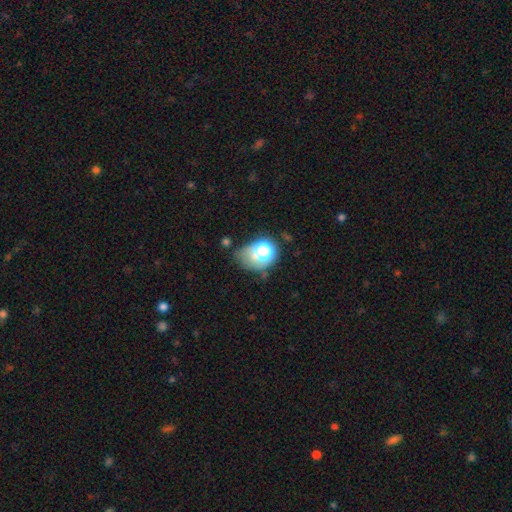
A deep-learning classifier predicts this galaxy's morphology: smooth 57%, star or artifact 25%, featured or disk 18%. Down the decision tree: how rounded — in between (53%); merging — none (47%).